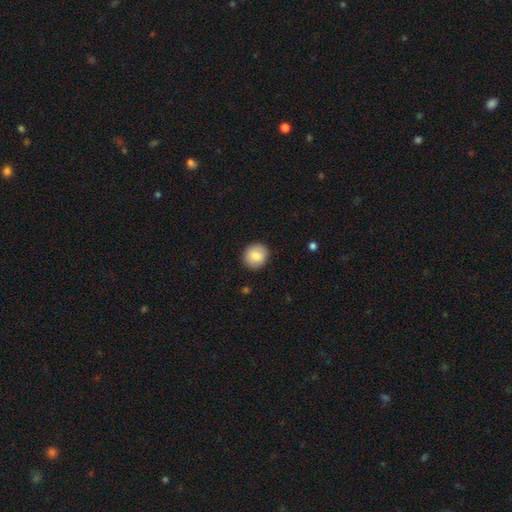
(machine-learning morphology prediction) smooth_or_featured: smooth (p=0.86) [alt: star or artifact p=0.07]
how_rounded: round (p=0.84) [alt: in between p=0.15]
merging: none (p=0.89) [alt: minor disturbance p=0.08]